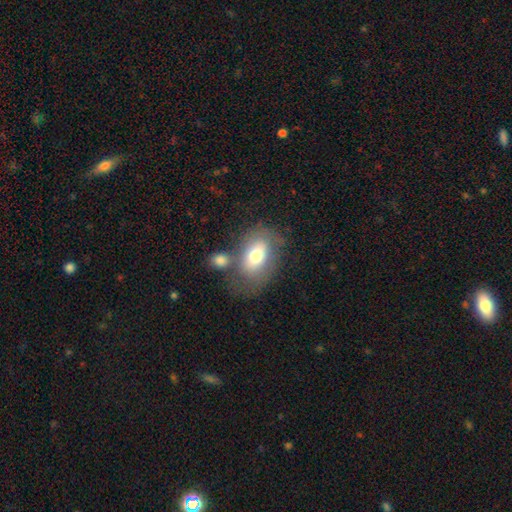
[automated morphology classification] type=smooth (64%); roundness=in between (80%); merging=none (44%).